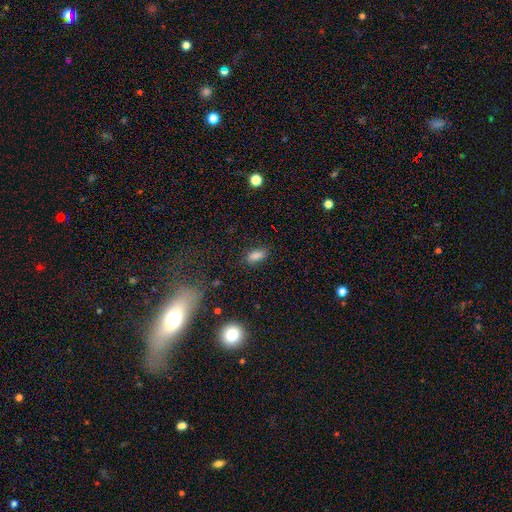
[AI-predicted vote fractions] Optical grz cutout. It shows a smooth galaxy with no disk features (82%) that is in between round and cigar-shaped (86%). Merging: none (83%).